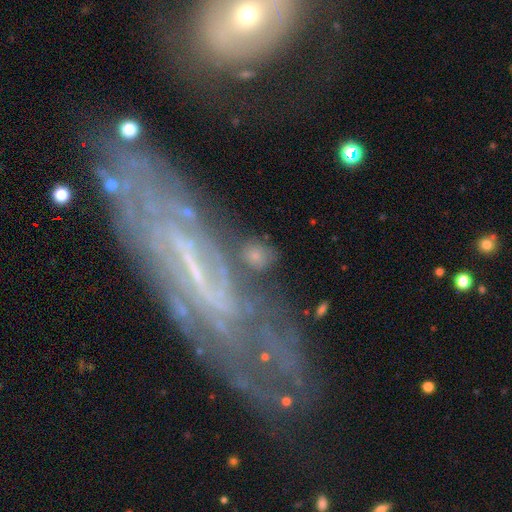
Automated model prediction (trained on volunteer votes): smooth-or-featured: smooth: 56% | featured or disk: 27% | star or artifact: 17%
  how-rounded: round: 68% | in between: 29% | cigar-shaped: 3%
  merging: none: 69% | minor disturbance: 15% | merger: 8% | major disturbance: 8%